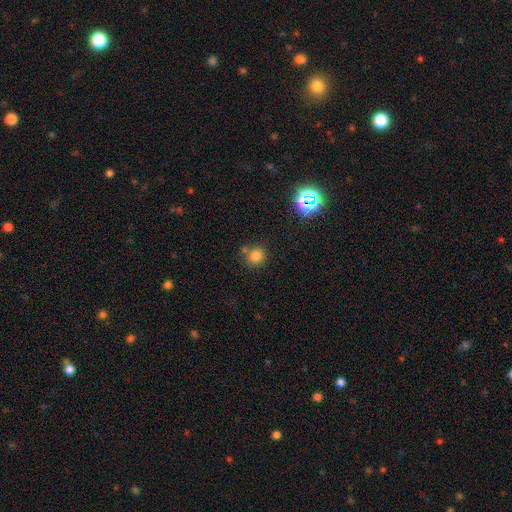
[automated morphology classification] smooth 78%, star or artifact 16%, featured or disk 7%. Down the decision tree: how rounded — round (83%); merging — none (67%).